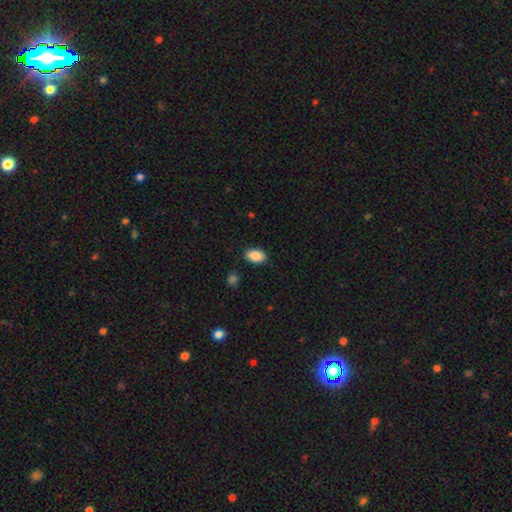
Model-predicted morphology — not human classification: Smooth or featured: smooth — 88% (star or artifact — 7%)
How rounded: in between — 90% (round — 9%)
Merging: none — 86% (minor disturbance — 10%)